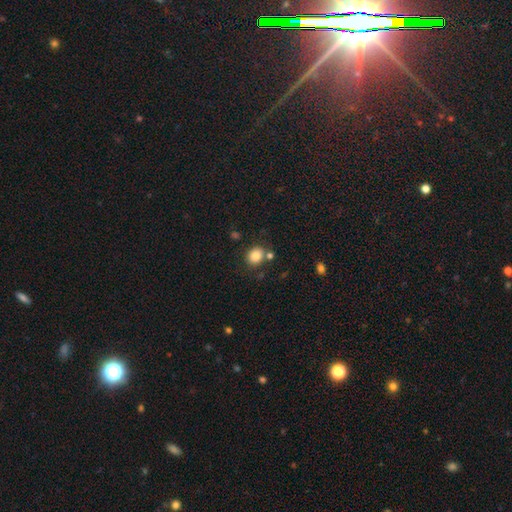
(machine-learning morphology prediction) smooth-or-featured: smooth: 84% | star or artifact: 10% | featured or disk: 6%
  how-rounded: round: 63% | in between: 36% | cigar-shaped: 1%
  merging: none: 75% | minor disturbance: 11% | merger: 10% | major disturbance: 4%